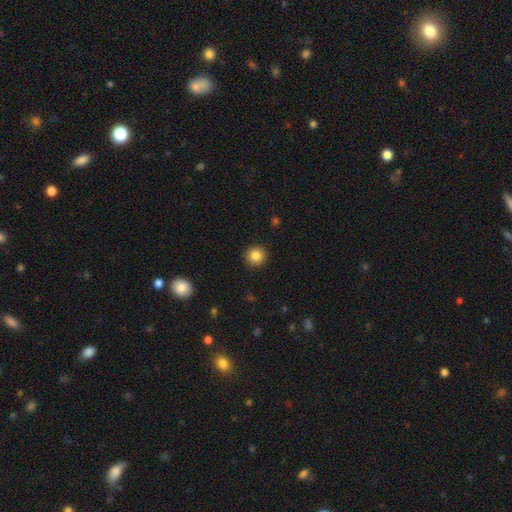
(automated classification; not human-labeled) Q: Smooth or featured?
A: smooth (84%); runner-up: star or artifact (10%)
Q: How rounded?
A: round (94%); runner-up: in between (5%)
Q: Merging?
A: none (92%); runner-up: minor disturbance (5%)